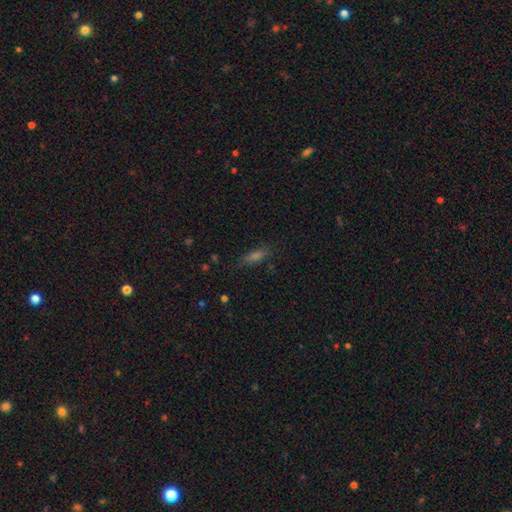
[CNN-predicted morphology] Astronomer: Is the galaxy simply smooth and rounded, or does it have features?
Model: smooth — 57%.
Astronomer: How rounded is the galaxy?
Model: cigar-shaped — 55% (runner-up: in between, 40%).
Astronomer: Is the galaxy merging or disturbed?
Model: none — 82%.